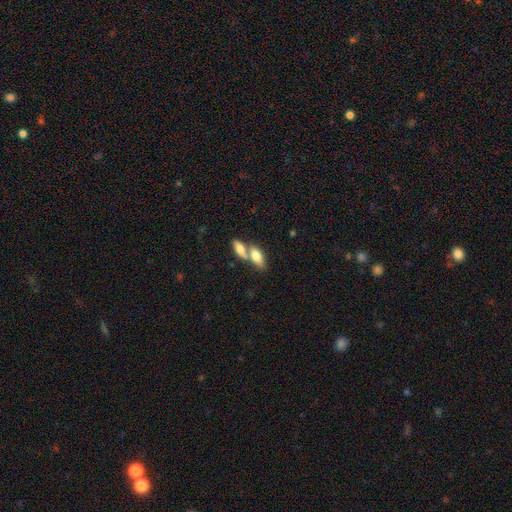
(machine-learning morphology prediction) smooth-or-featured: smooth: 72% | featured or disk: 21% | star or artifact: 7%
  how-rounded: in between: 81% | cigar-shaped: 15% | round: 4%
  merging: merger: 63% | none: 27% | minor disturbance: 6% | major disturbance: 3%